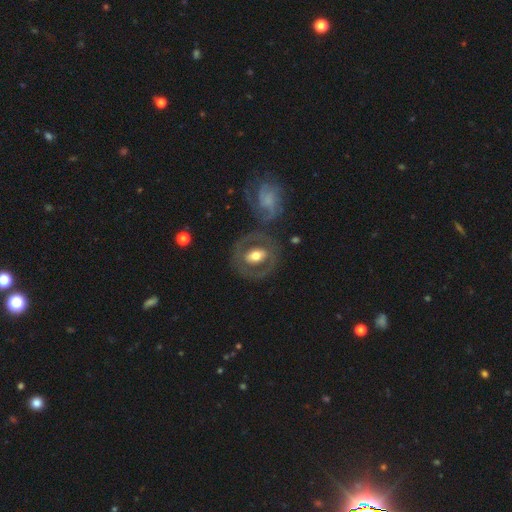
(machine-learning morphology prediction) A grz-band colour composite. It shows a featured or disk galaxy (61%) with no bar (41%), no spiral arms (62%) and a moderate central bulge (62%). Merging: none (72%).